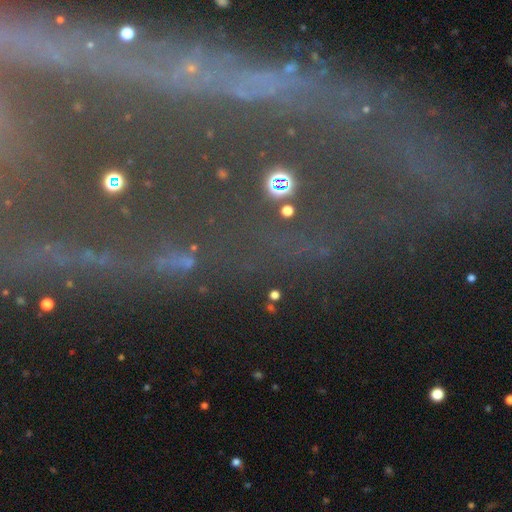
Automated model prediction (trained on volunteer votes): Smooth or featured? star or artifact (70%)